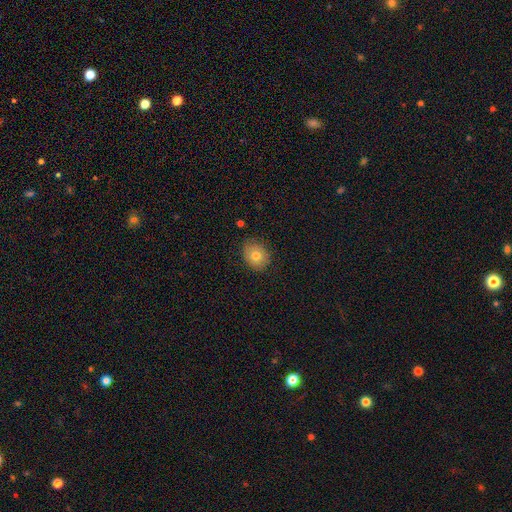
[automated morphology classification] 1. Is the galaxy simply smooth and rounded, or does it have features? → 75% smooth, 15% featured or disk, 10% star or artifact.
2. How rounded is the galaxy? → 57% round, 42% in between, 1% cigar-shaped.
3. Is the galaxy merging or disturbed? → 83% none, 13% minor disturbance, 3% major disturbance, 1% merger.